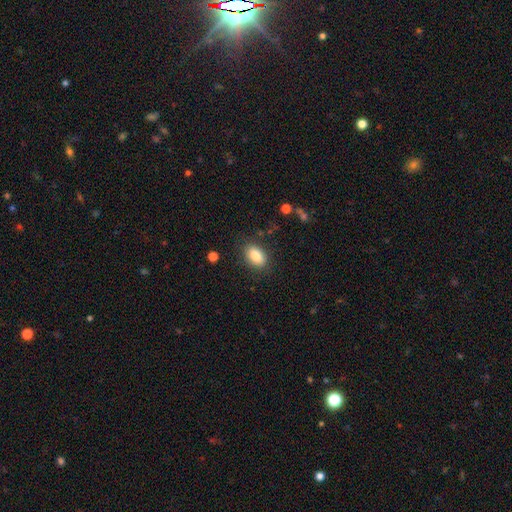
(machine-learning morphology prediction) Smooth or featured: smooth — 84% (star or artifact — 8%)
How rounded: in between — 88% (round — 10%)
Merging: none — 85% (minor disturbance — 10%)